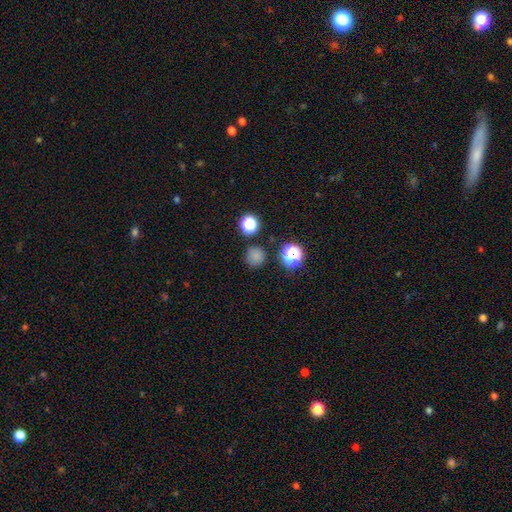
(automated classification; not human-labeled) Smooth or featured? smooth (75%)
How rounded? round (92%)
Merging? none (81%)